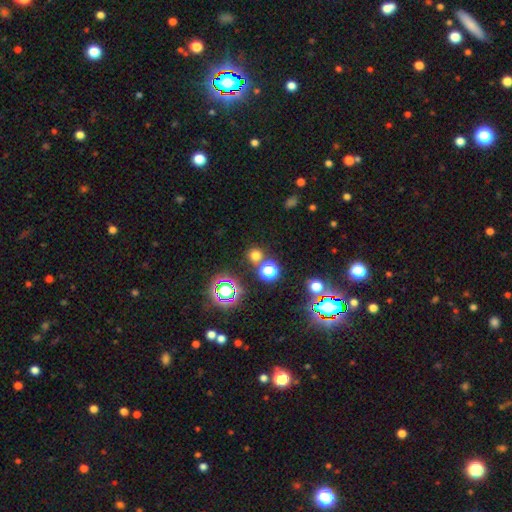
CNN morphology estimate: smooth-or-featured: smooth: 64% | star or artifact: 29% | featured or disk: 6%
  how-rounded: round: 91% | in between: 8% | cigar-shaped: 1%
  merging: none: 77% | merger: 13% | minor disturbance: 7% | major disturbance: 3%